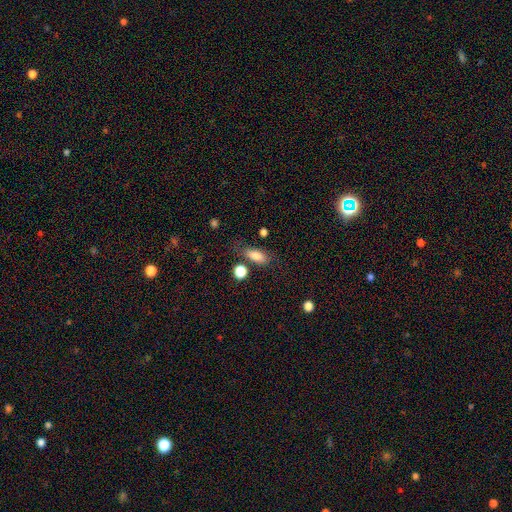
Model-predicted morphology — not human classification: This is clearly a smooth galaxy (83%). How rounded: clearly in between (80%). Merging: likely none (69%).